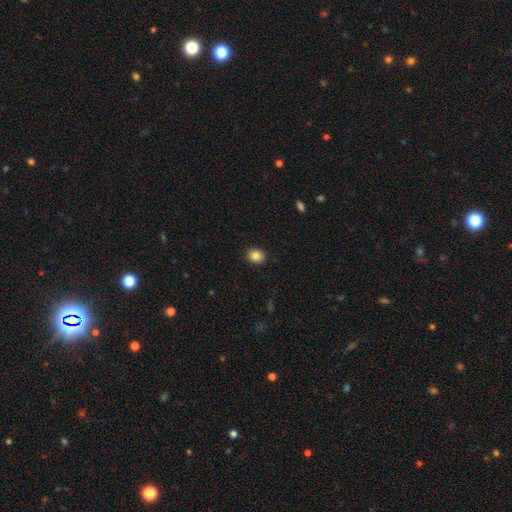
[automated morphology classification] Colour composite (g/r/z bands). It shows a smooth galaxy with no disk features (85%) that is round (53%). Merging: none (90%).